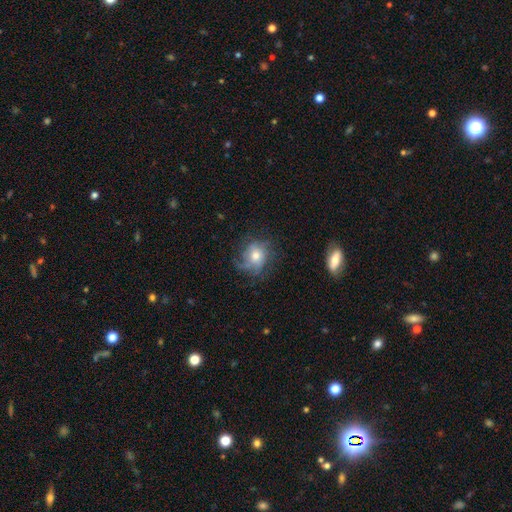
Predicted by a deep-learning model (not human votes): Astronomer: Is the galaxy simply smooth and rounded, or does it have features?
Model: featured or disk — 50% (runner-up: smooth, 39%).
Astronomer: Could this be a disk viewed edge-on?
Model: no — 96%.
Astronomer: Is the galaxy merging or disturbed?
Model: none — 58%.